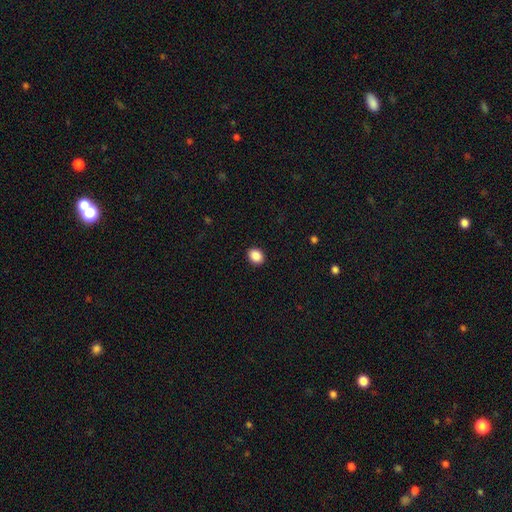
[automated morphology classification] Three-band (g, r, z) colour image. It shows a smooth galaxy with no disk features (89%) that is round (50%). Merging: none (91%).